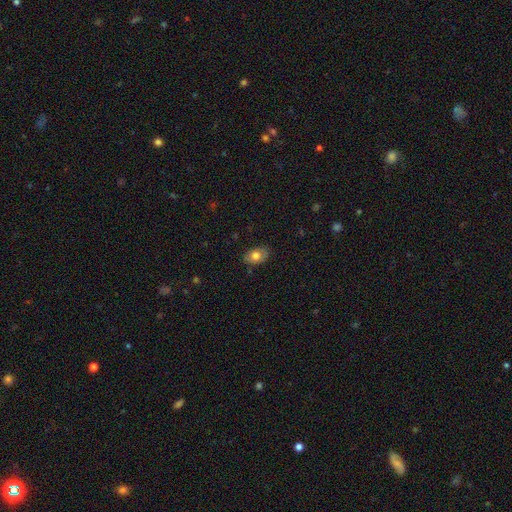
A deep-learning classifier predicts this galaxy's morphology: type=smooth (73%); roundness=in between (82%); merging=none (81%).